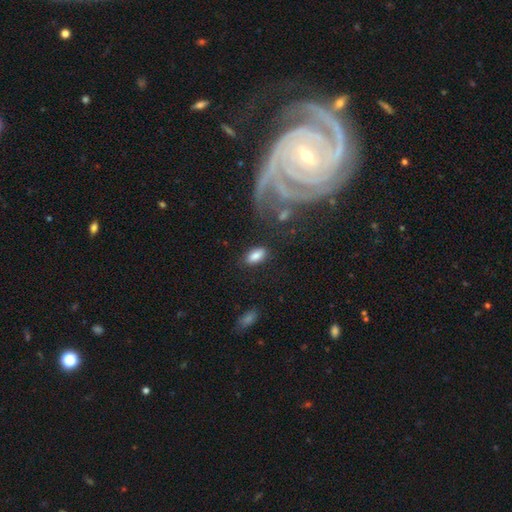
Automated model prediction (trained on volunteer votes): Smooth or featured? Predicted: smooth (p=0.83). How rounded? Predicted: in between (p=0.90). Merging? Predicted: none (p=0.80).